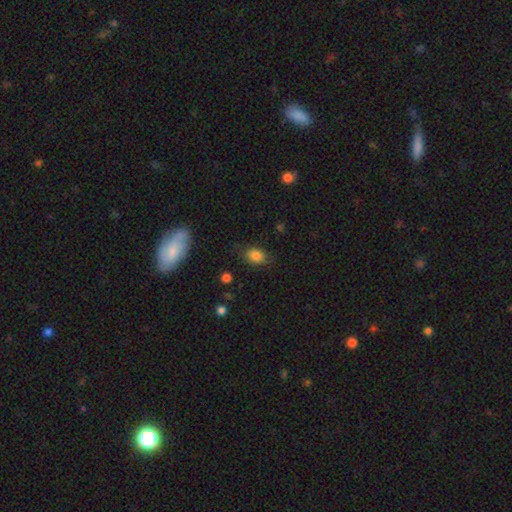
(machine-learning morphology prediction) Smooth or featured? Predicted: smooth (p=0.82). How rounded? Predicted: in between (p=0.71). Merging? Predicted: none (p=0.77).